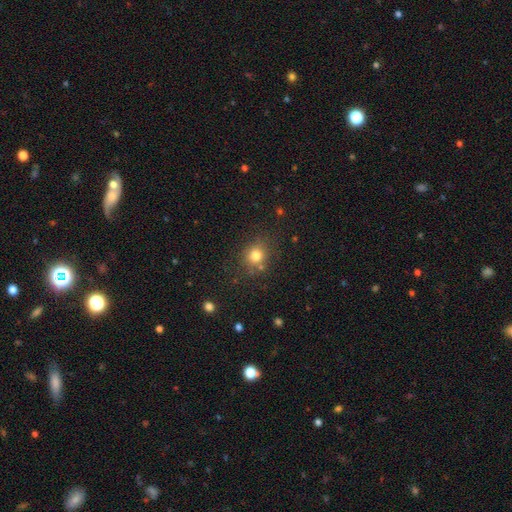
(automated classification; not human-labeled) Overall: smooth (78%). How rounded: round (78%). Merging: none (76%).